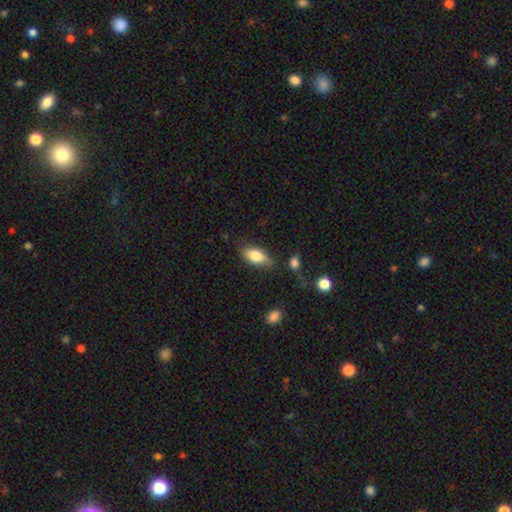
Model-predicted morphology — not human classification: Smooth or featured?
  - smooth: 79% *
  - featured or disk: 14%
  - star or artifact: 7%
How rounded?
  - in between: 88% *
  - cigar-shaped: 8%
  - round: 4%
Merging?
  - none: 74% *
  - minor disturbance: 18%
  - major disturbance: 5%
  - merger: 4%